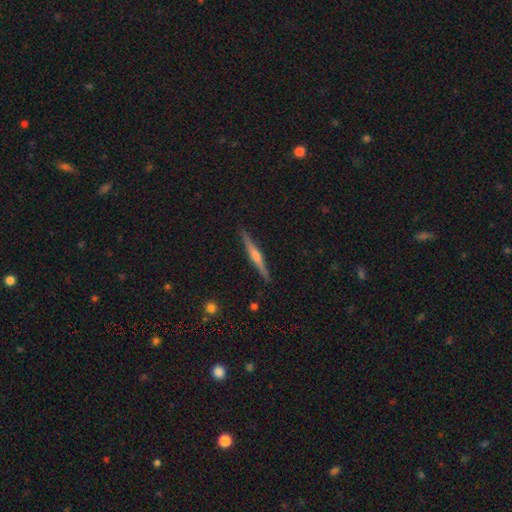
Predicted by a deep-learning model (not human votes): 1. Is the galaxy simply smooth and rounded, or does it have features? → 68% featured or disk, 26% smooth, 6% star or artifact.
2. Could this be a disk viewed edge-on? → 98% yes, 2% no.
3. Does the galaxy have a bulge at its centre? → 74% rounded, 16% none, 10% boxy.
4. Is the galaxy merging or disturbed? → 91% none, 7% minor disturbance, 1% major disturbance, 1% merger.